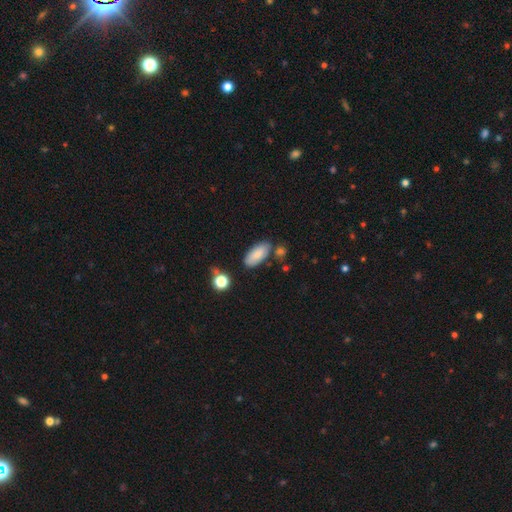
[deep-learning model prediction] A smooth galaxy with no disk features (81%) that is in between round and cigar-shaped (89%).

Vote fractions:
- Smooth or featured? smooth: 81% / featured or disk: 11% / star or artifact: 7%
- How rounded? in between: 89% / cigar-shaped: 8% / round: 2%
- Merging? none: 72% / minor disturbance: 17% / merger: 7% / major disturbance: 4%